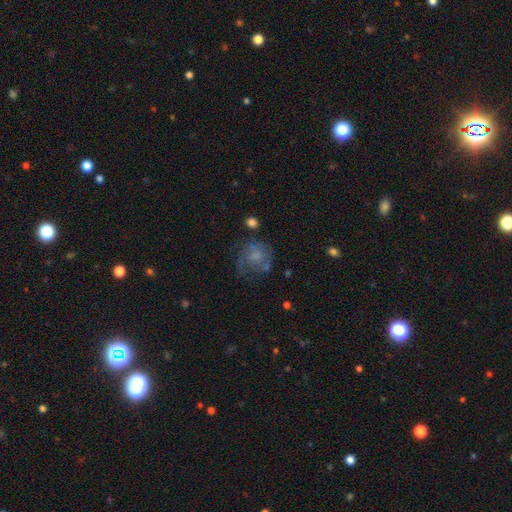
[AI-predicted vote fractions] A featured or disk galaxy (53%) with no bar (77%), spiral arms (70%) and no central bulge (34%). Merging: none (48%).